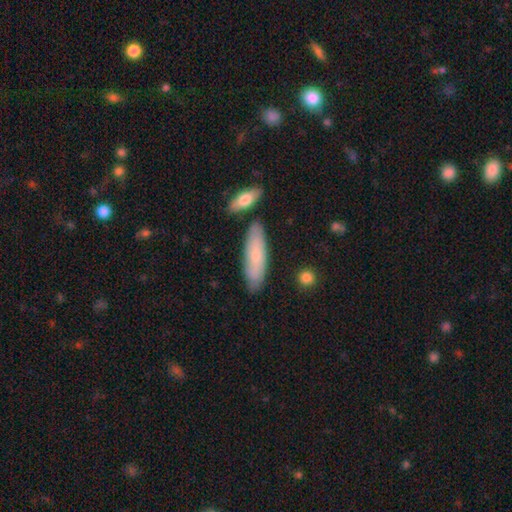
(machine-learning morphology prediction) Smooth or featured?
  - smooth: 72% *
  - featured or disk: 22%
  - star or artifact: 6%
How rounded?
  - cigar-shaped: 55% *
  - in between: 44%
  - round: 2%
Merging?
  - none: 81% *
  - minor disturbance: 13%
  - merger: 5%
  - major disturbance: 2%